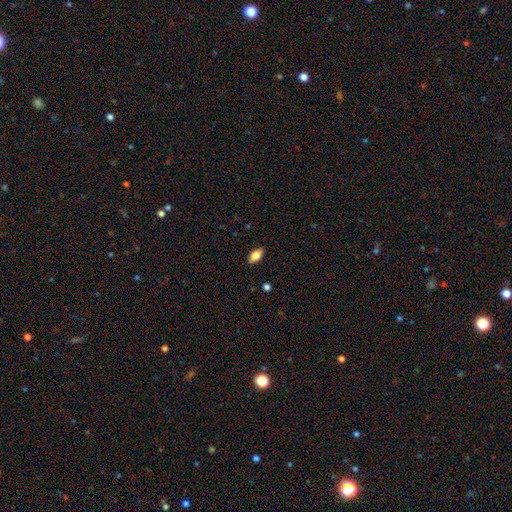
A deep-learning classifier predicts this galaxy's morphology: Overall: smooth (77%). How rounded: in between (90%). Merging: none (88%).